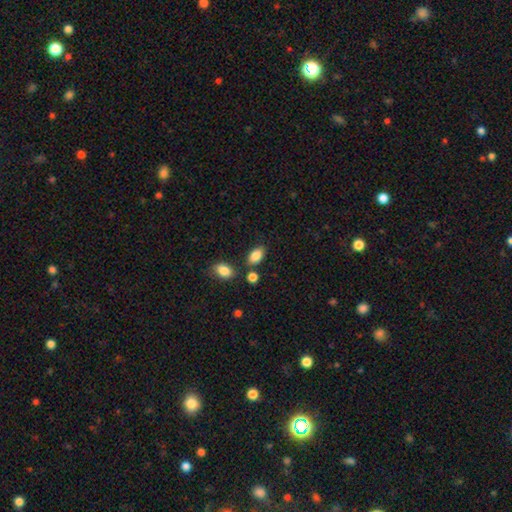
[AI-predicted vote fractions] This appears to be a smooth galaxy with no disk features (87%) that is in between round and cigar-shaped (91%). Merging: none (75%).